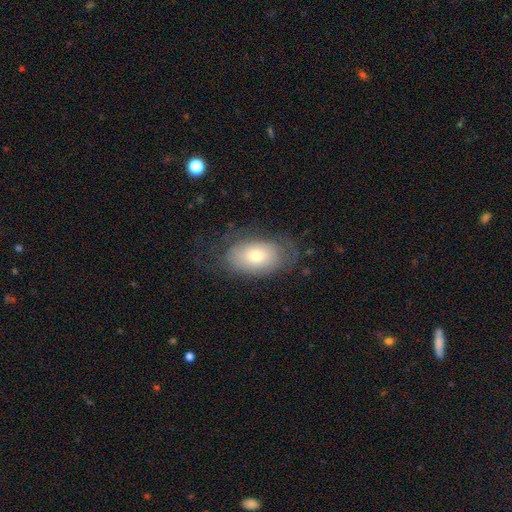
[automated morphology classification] smooth-or-featured: smooth: 62% | featured or disk: 31% | star or artifact: 8%
  how-rounded: in between: 91% | round: 8% | cigar-shaped: 2%
  merging: none: 63% | minor disturbance: 22% | major disturbance: 14% | merger: 1%